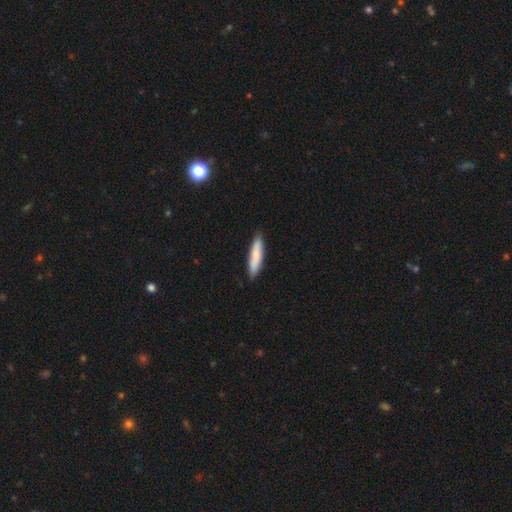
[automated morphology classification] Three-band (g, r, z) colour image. It shows a smooth galaxy with no disk features (80%) that is cigar-shaped (80%). Merging: none (88%).